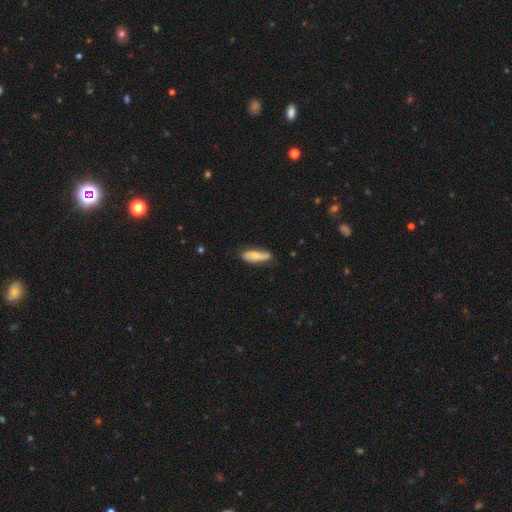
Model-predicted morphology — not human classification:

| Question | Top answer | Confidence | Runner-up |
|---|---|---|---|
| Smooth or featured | smooth | 63% | featured or disk (31%) |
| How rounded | in between | 53% | cigar-shaped (45%) |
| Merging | none | 71% | minor disturbance (23%) |